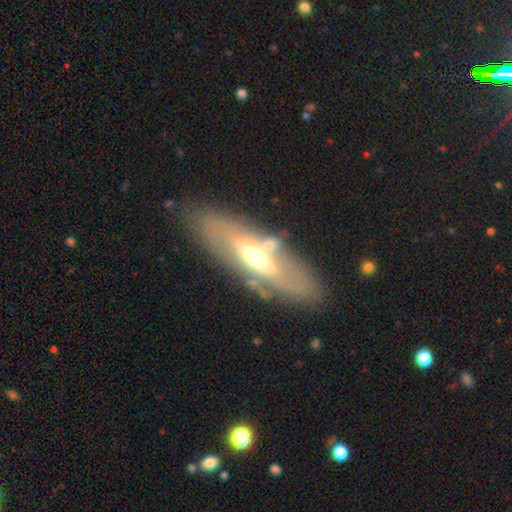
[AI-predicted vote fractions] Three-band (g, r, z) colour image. It shows a featured or disk galaxy (60%). Merging: none (73%).